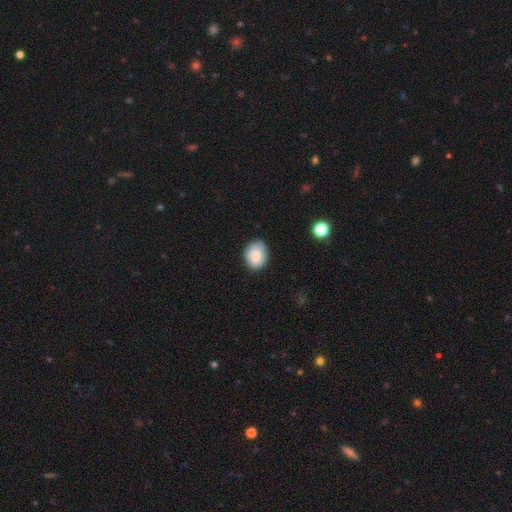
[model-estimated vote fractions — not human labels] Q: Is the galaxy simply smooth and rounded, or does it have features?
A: smooth — 79%.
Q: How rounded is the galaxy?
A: in between — 51%.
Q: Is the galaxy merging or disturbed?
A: none — 79%.